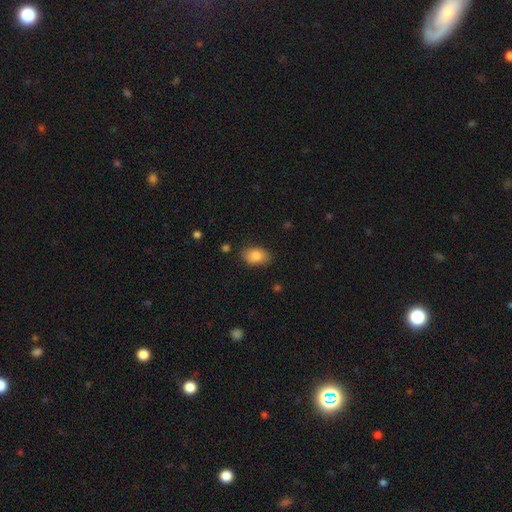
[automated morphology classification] smooth 85%, star or artifact 8%, featured or disk 7%. Down the decision tree: how rounded — in between (88%); merging — none (80%).